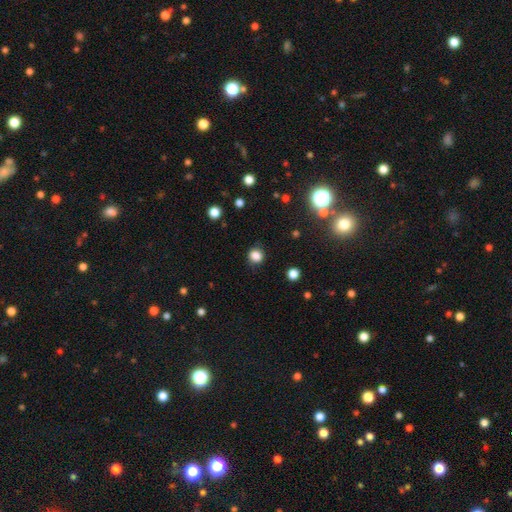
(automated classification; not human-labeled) This appears to be a smooth galaxy with no disk features (84%) that is round (86%). Merging: none (87%).